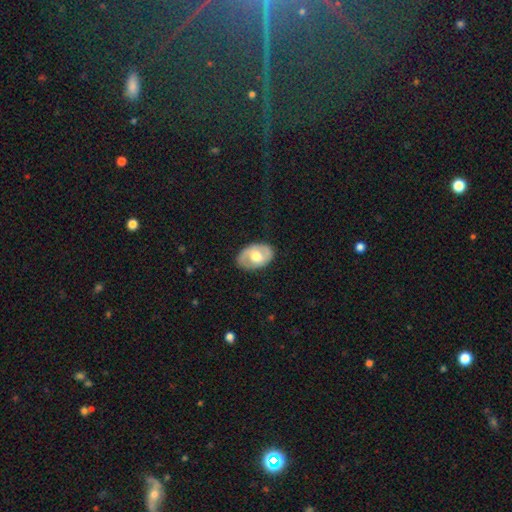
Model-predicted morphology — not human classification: This is possibly a featured or disk galaxy (55%). It is clearly not viewed edge-on (93%). Bar: possibly no (55%). Spiral arm pattern: possibly no (51%). Central bulge: likely moderate (63%). Merging: clearly none (81%).